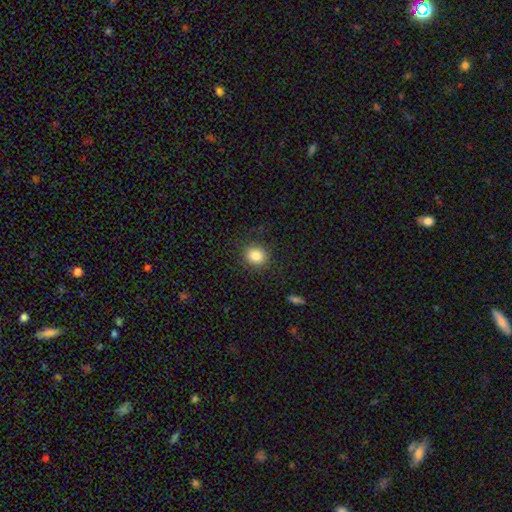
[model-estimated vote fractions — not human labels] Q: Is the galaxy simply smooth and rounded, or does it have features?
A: smooth — 84%.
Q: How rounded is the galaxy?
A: round — 82%.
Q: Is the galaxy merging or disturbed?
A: none — 87%.